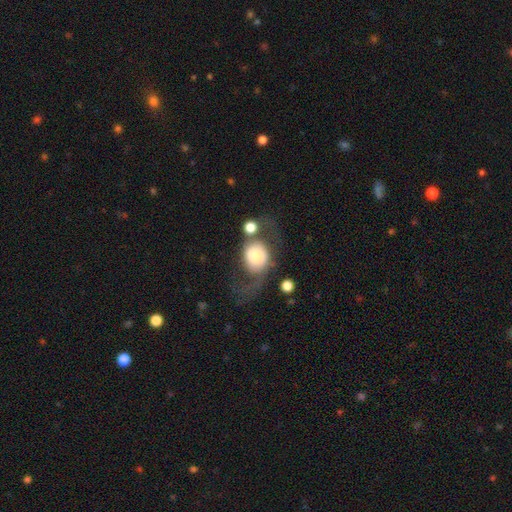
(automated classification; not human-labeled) Smooth or featured? smooth (57%)
How rounded? round (59%)
Merging? none (34%)